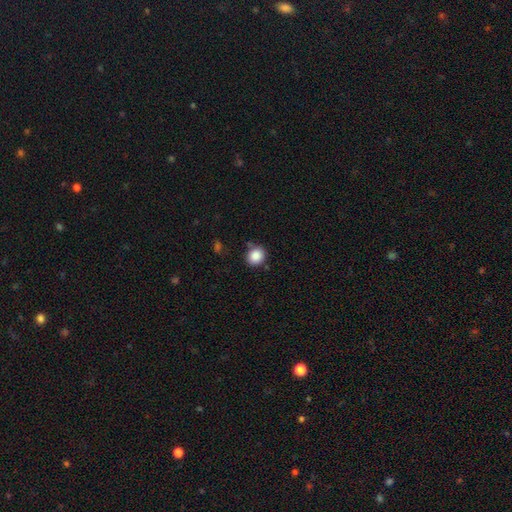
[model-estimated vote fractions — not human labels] smooth-or-featured: smooth: 87% | star or artifact: 9% | featured or disk: 4%
  how-rounded: round: 79% | in between: 20% | cigar-shaped: 1%
  merging: none: 78% | minor disturbance: 14% | merger: 5% | major disturbance: 4%